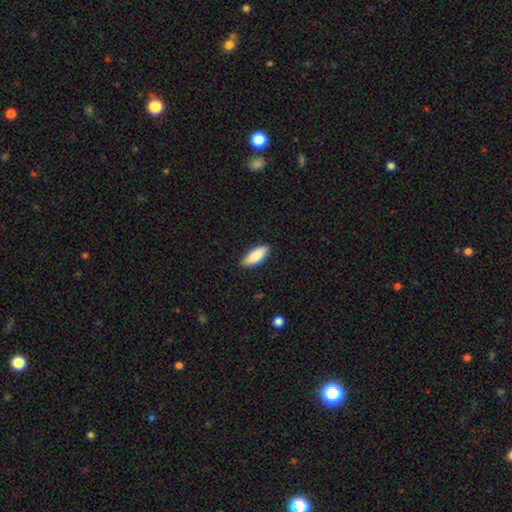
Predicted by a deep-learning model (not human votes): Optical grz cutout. It shows a smooth galaxy with no disk features (86%) that is in between round and cigar-shaped (62%). Merging: none (87%).